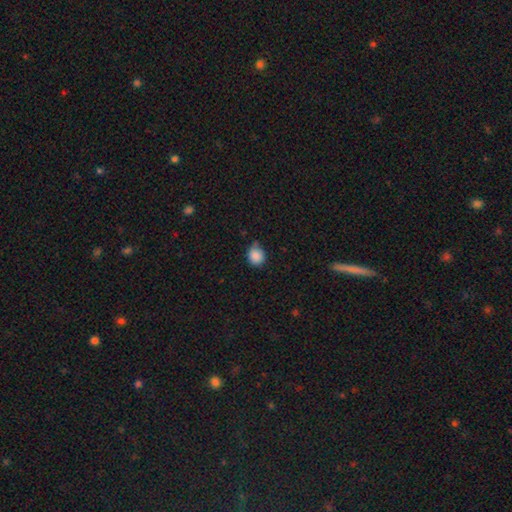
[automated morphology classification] This appears to be a smooth galaxy with no disk features (87%) that is round (77%). Merging: none (63%).